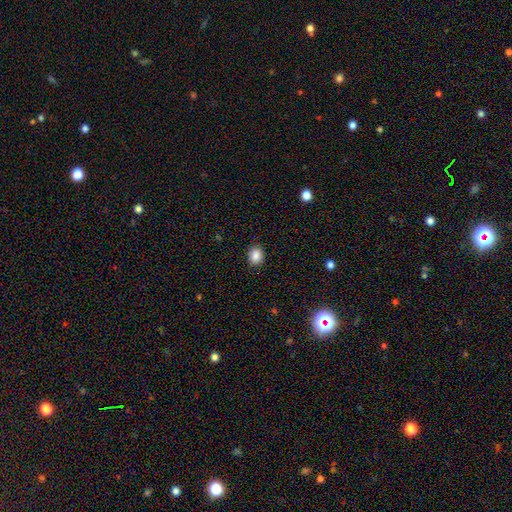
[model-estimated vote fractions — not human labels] Q: Smooth or featured?
A: smooth (87%); runner-up: star or artifact (9%)
Q: How rounded?
A: round (59%); runner-up: in between (40%)
Q: Merging?
A: none (89%); runner-up: minor disturbance (8%)